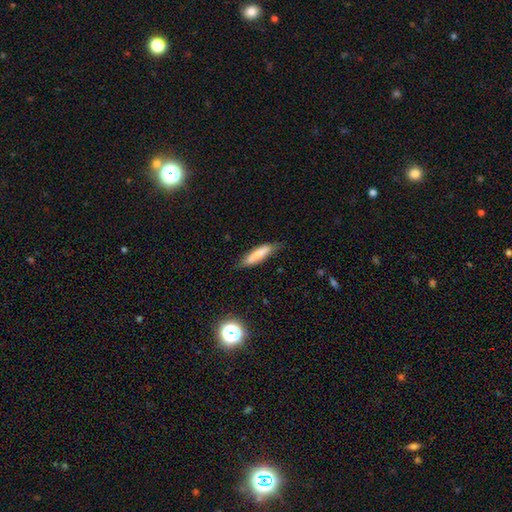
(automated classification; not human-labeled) smooth_or_featured: smooth (p=0.72) [alt: featured or disk p=0.20]
how_rounded: cigar-shaped (p=0.76) [alt: in between p=0.22]
merging: none (p=0.76) [alt: minor disturbance p=0.19]